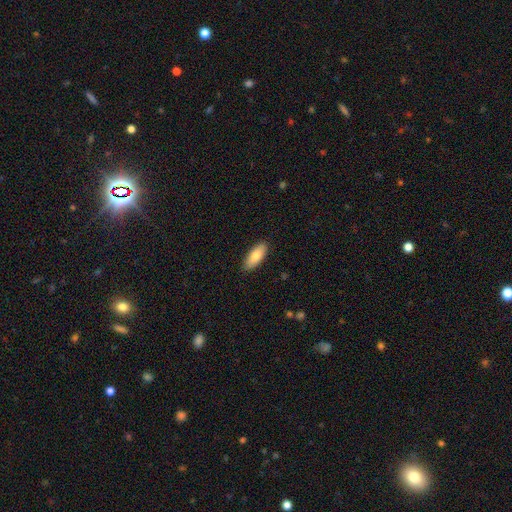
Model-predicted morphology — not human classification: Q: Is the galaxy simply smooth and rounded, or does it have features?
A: smooth — 80%.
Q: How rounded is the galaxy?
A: in between — 77%.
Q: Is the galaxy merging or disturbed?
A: none — 89%.